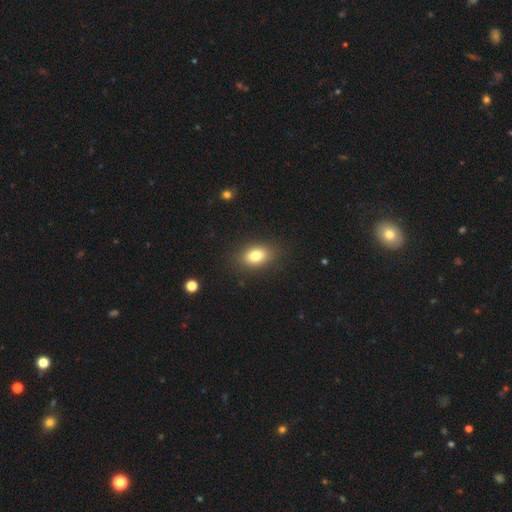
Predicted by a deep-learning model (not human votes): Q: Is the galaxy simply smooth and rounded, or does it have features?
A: smooth — 80%.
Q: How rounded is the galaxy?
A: in between — 79%.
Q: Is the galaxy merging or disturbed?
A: none — 87%.